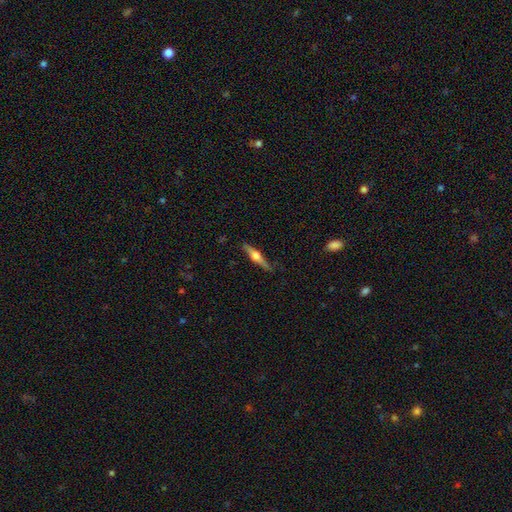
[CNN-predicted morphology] A featured or disk galaxy (68%) viewed edge-on (97%) with a rounded central bulge (93%).

Vote fractions:
- Smooth or featured? featured or disk: 68% / smooth: 26% / star or artifact: 6%
- Edge-on disk? yes: 97% / no: 3%
- Edge-on bulge? rounded: 93% / boxy: 5% / none: 2%
- Merging? none: 86% / minor disturbance: 11% / major disturbance: 2% / merger: 1%